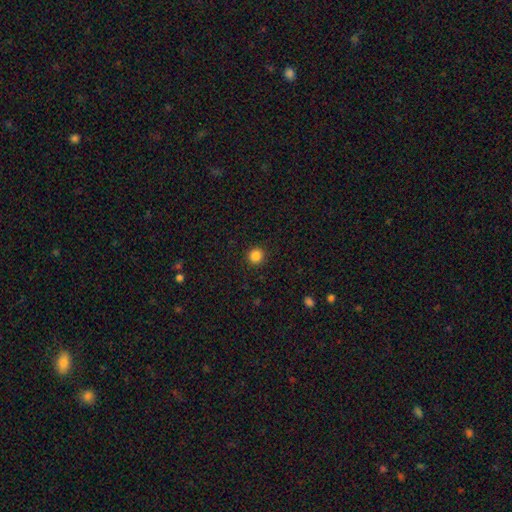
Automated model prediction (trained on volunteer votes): Smooth or featured? Predicted: smooth (p=0.86). How rounded? Predicted: round (p=0.93). Merging? Predicted: none (p=0.92).